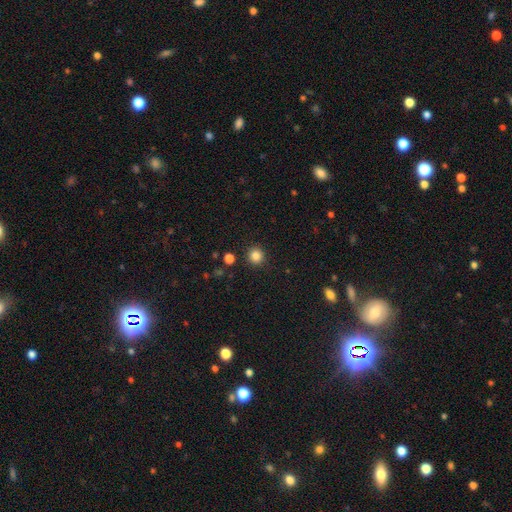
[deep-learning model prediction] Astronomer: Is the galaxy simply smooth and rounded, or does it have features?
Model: smooth — 85%.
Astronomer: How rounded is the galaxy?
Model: round — 94%.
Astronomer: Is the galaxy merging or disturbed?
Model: none — 91%.